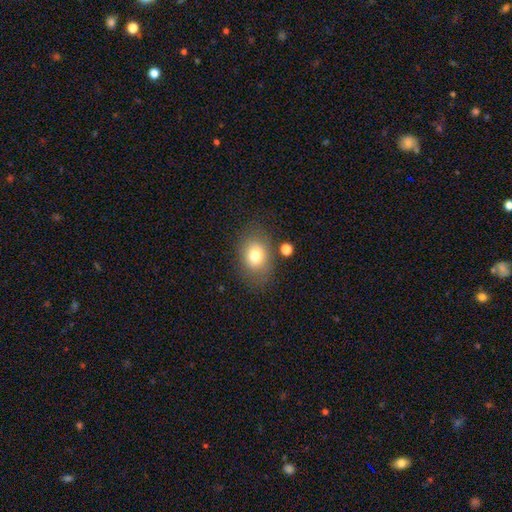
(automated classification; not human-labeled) smooth-or-featured: smooth: 76% | featured or disk: 13% | star or artifact: 11%
  how-rounded: in between: 58% | round: 41% | cigar-shaped: 1%
  merging: none: 74% | minor disturbance: 15% | major disturbance: 6% | merger: 5%